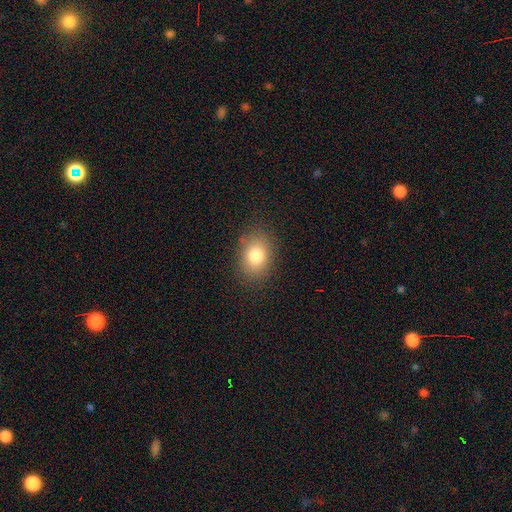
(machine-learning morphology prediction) Overall: smooth (80%). How rounded: in between (69%; round 30%). Merging: none (85%).